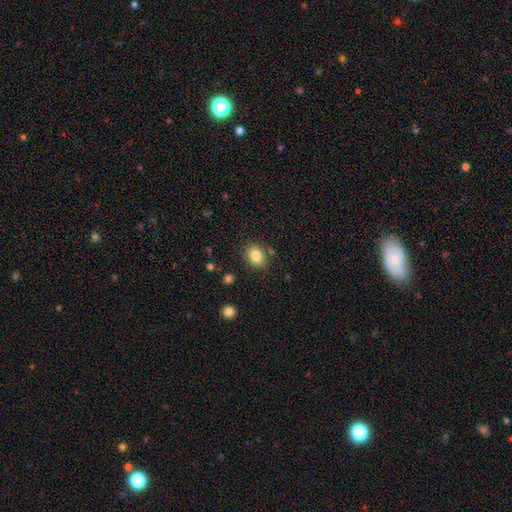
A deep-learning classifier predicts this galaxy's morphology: Smooth or featured?
  - smooth: 83% *
  - star or artifact: 9%
  - featured or disk: 7%
How rounded?
  - in between: 57% *
  - round: 42%
  - cigar-shaped: 1%
Merging?
  - none: 82% *
  - minor disturbance: 11%
  - merger: 4%
  - major disturbance: 3%